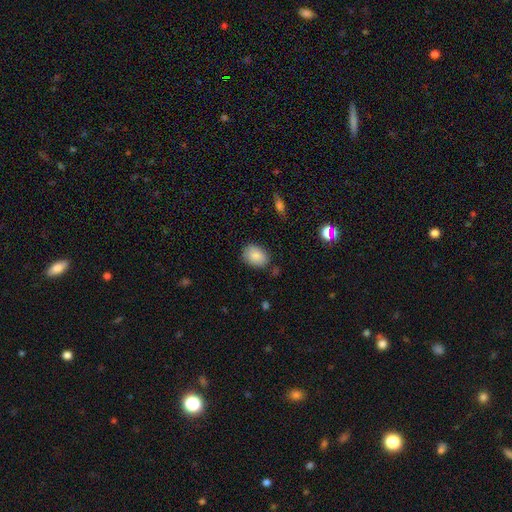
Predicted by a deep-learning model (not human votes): Q: Smooth or featured?
A: smooth (86%); runner-up: star or artifact (7%)
Q: How rounded?
A: in between (76%); runner-up: round (23%)
Q: Merging?
A: none (80%); runner-up: minor disturbance (15%)